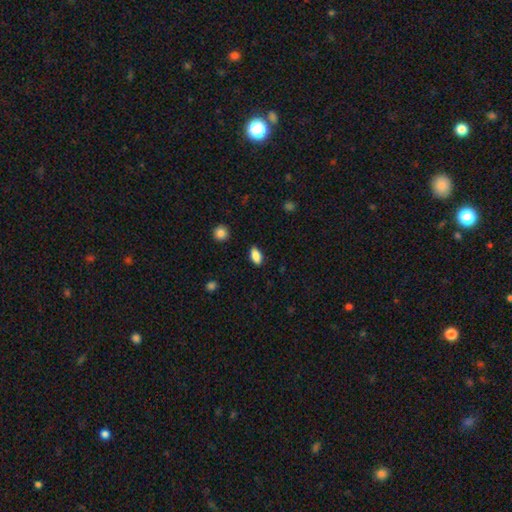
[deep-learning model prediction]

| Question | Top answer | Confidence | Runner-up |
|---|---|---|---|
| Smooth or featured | smooth | 86% | star or artifact (8%) |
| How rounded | in between | 89% | cigar-shaped (7%) |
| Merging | none | 87% | minor disturbance (10%) |